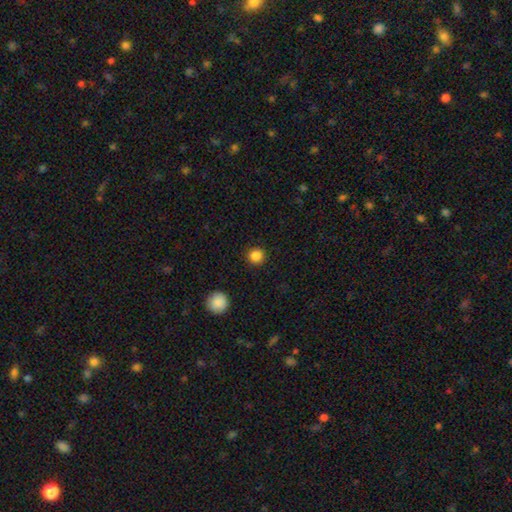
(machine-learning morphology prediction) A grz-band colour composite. It shows a smooth galaxy with no disk features (85%) that is round (95%). Merging: none (92%).